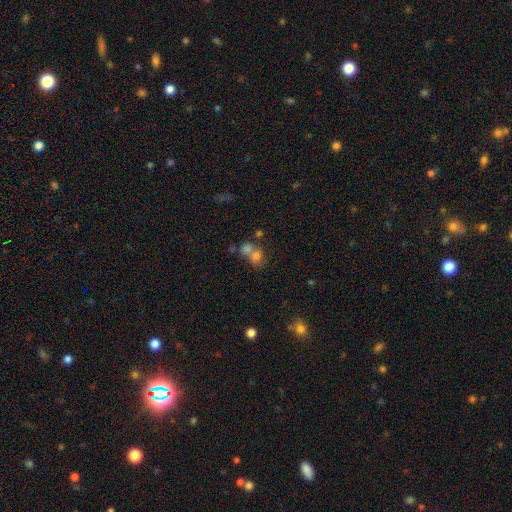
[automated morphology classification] A smooth galaxy with no disk features (71%) that is round (61%). Merging: merger (59%).